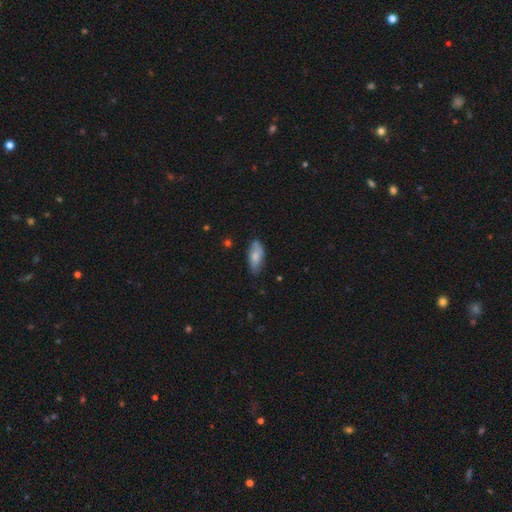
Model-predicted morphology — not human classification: smooth-or-featured: smooth: 75% | featured or disk: 18% | star or artifact: 6%
  how-rounded: in between: 84% | cigar-shaped: 14% | round: 2%
  merging: none: 73% | minor disturbance: 22% | major disturbance: 4% | merger: 2%